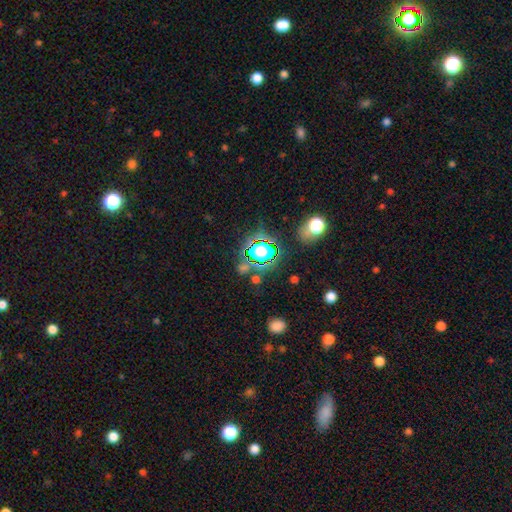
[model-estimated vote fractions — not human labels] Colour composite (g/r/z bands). It shows a star or artifact, not a galaxy (78%).